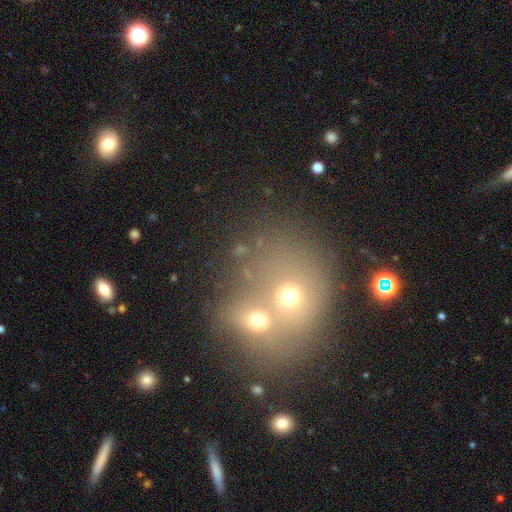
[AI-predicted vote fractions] This is possibly a smooth galaxy (51%). How rounded: likely round (71%). Merging: possibly merger (57%).